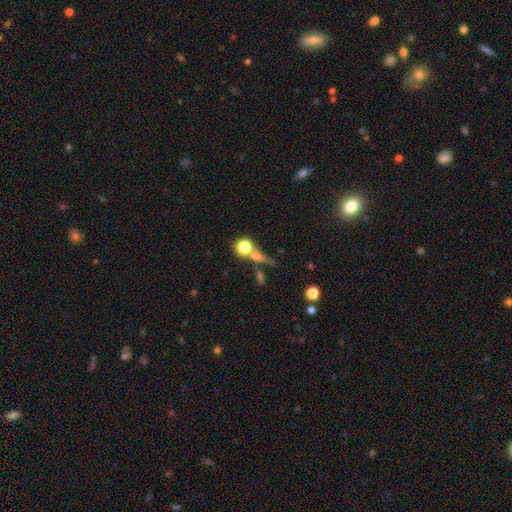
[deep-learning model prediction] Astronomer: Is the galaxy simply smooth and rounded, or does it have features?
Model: smooth — 52%.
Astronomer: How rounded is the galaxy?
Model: round — 53%.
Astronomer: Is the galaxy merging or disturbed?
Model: none — 47% (runner-up: merger, 31%).